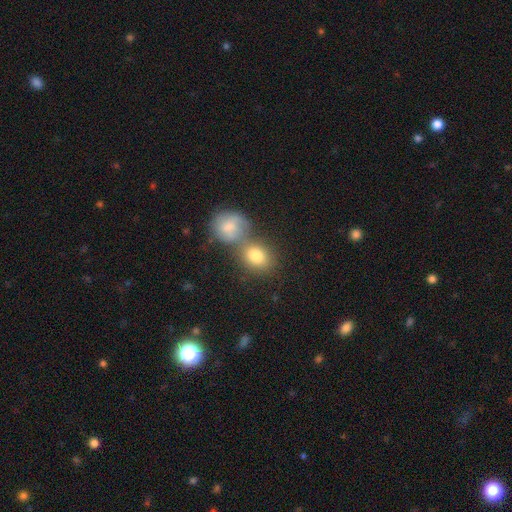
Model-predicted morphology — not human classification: A smooth galaxy with no disk features (77%) that is round (54%).

Vote fractions:
- Smooth or featured? smooth: 77% / featured or disk: 14% / star or artifact: 9%
- How rounded? round: 54% / in between: 44% / cigar-shaped: 2%
- Merging? merger: 46% / none: 40% / minor disturbance: 10% / major disturbance: 5%